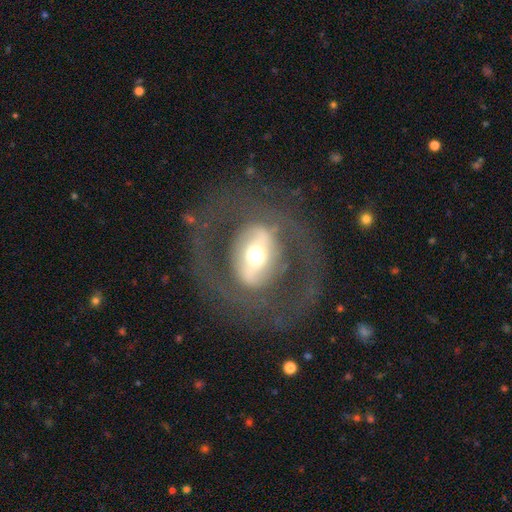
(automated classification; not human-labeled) Smooth or featured? featured or disk (69%)
Edge-on disk? no (91%)
Bar? strong (49%)
Spiral arms? no (62%)
Bulge size? moderate (58%)
Merging? none (69%)